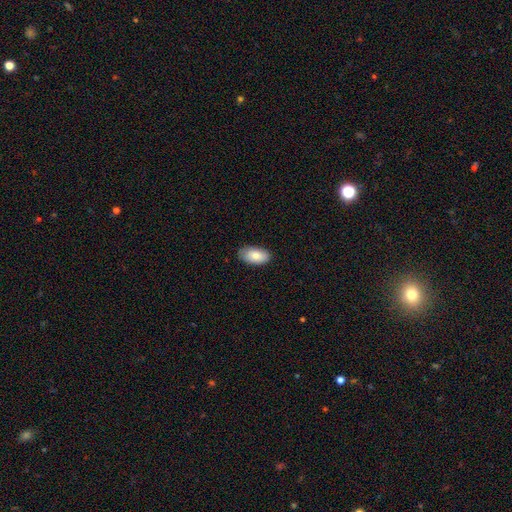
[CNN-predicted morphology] Overall: smooth (82%). How rounded: in between (95%). Merging: none (82%).